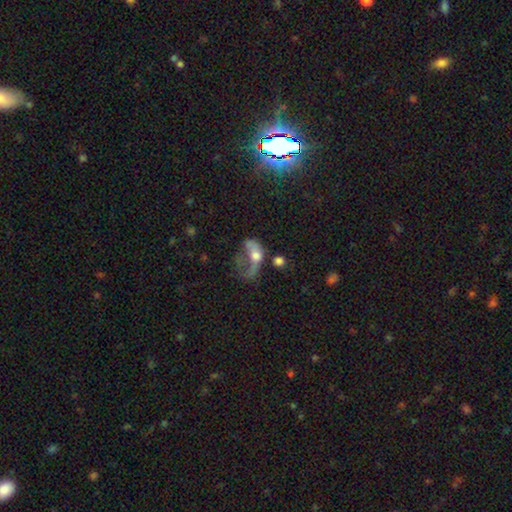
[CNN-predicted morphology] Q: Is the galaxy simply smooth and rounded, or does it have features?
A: smooth — 50%.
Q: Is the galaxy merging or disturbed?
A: major disturbance — 63%.